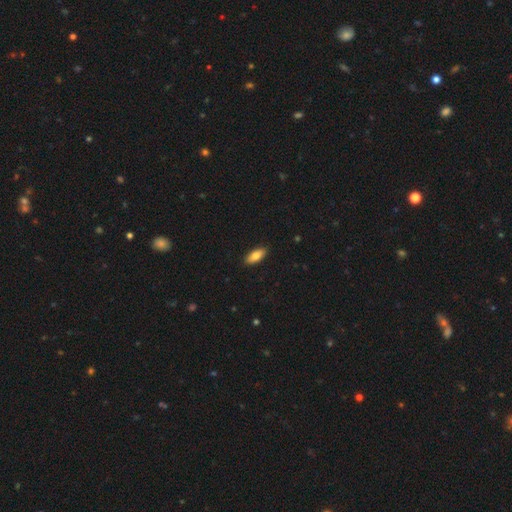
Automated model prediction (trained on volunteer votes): Overall: smooth (79%). How rounded: in between (81%). Merging: none (90%).